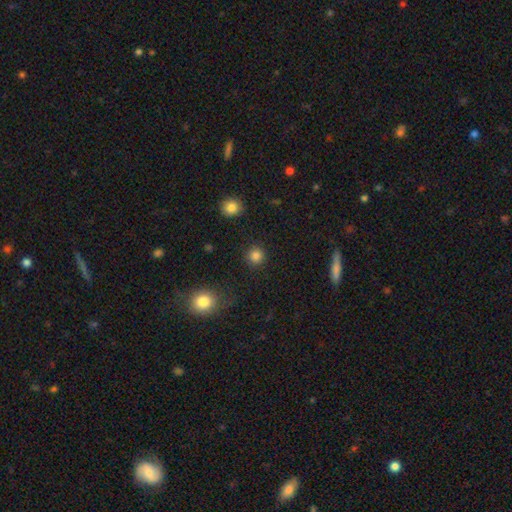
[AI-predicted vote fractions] Q: Smooth or featured?
A: smooth (84%); runner-up: star or artifact (12%)
Q: How rounded?
A: round (93%); runner-up: in between (6%)
Q: Merging?
A: none (90%); runner-up: minor disturbance (6%)